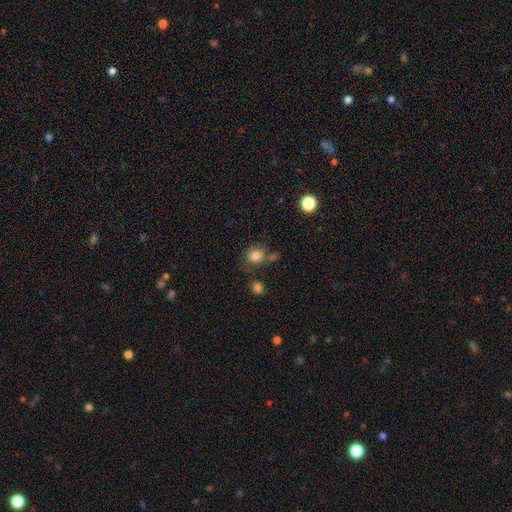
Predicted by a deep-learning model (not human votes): Smooth or featured: smooth — 81% (star or artifact — 12%)
How rounded: round — 77% (in between — 22%)
Merging: none — 65% (minor disturbance — 16%)